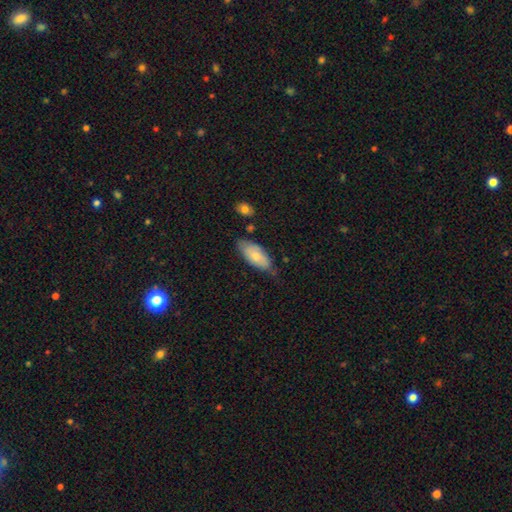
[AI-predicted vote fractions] This appears to be a smooth galaxy with no disk features (75%) that is in between round and cigar-shaped (87%). Merging: none (61%).